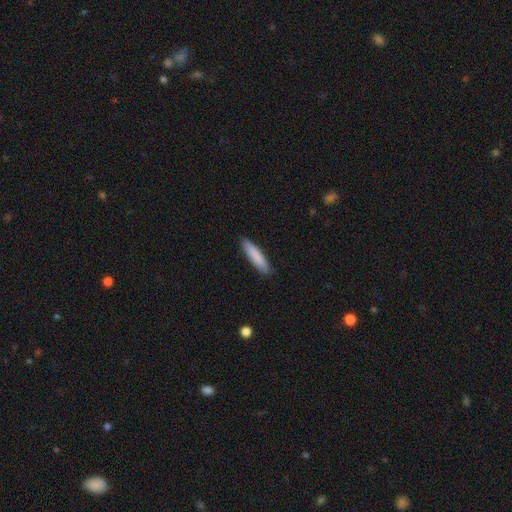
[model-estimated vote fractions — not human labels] smooth-or-featured: smooth: 85% | featured or disk: 10% | star or artifact: 5%
  how-rounded: cigar-shaped: 83% | in between: 15% | round: 1%
  merging: none: 88% | minor disturbance: 9% | major disturbance: 2% | merger: 1%